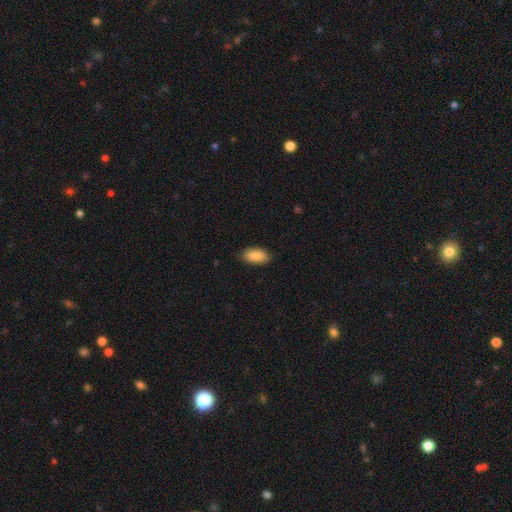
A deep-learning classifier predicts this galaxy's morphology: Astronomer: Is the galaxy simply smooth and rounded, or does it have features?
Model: smooth — 88%.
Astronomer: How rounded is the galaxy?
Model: in between — 92%.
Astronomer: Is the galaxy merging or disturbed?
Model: none — 86%.